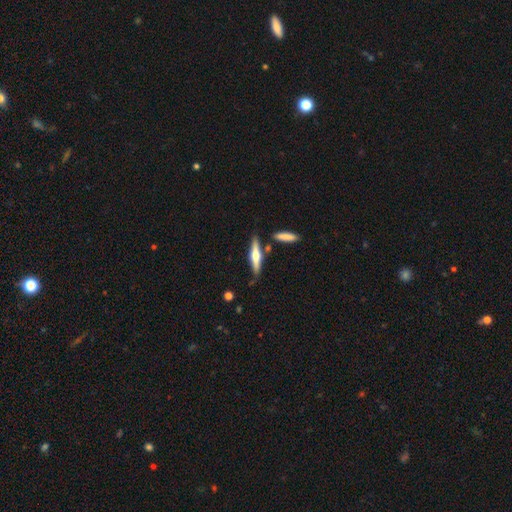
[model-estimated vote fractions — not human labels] The model was most divided on "smooth or featured": featured or disk: 57%, smooth: 38%, star or artifact: 5%. More confident: edge-on disk — yes (96%); edge-on bulge — rounded (86%); merging — none (79%).